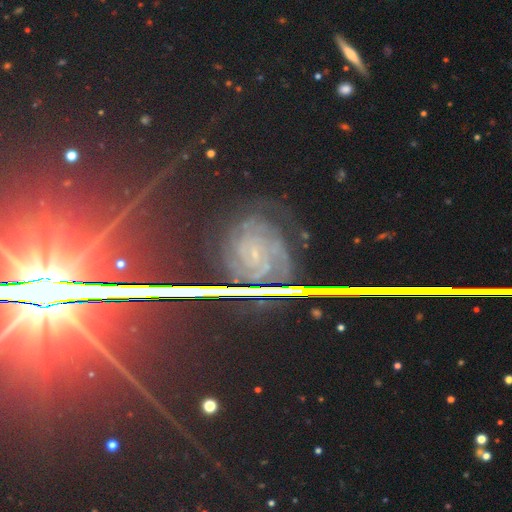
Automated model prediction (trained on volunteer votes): smooth-or-featured: featured or disk: 53% | star or artifact: 35% | smooth: 12%
  disk-edge-on: no: 92% | yes: 8%
  merging: none: 76% | minor disturbance: 15% | major disturbance: 6% | merger: 2%